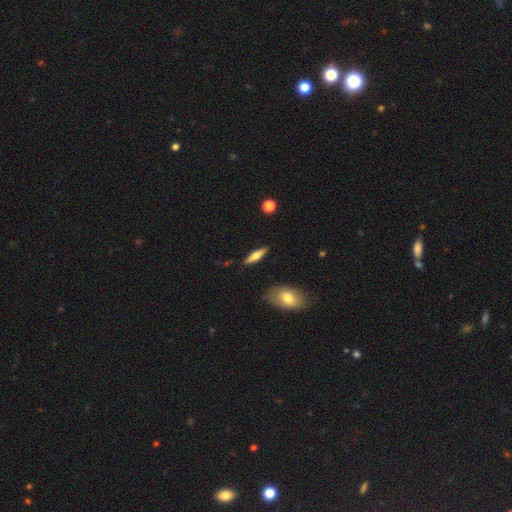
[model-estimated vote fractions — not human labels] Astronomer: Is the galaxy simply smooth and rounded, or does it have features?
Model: smooth — 52% (runner-up: featured or disk, 43%).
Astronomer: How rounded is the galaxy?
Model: cigar-shaped — 66%.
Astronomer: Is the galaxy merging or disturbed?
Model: none — 87%.